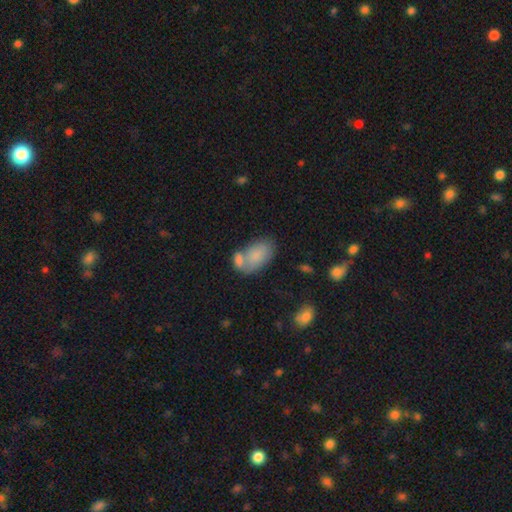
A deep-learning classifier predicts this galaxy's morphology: Smooth or featured: smooth — 80% (featured or disk — 13%)
How rounded: in between — 93% (round — 6%)
Merging: merger — 42% (none — 38%)